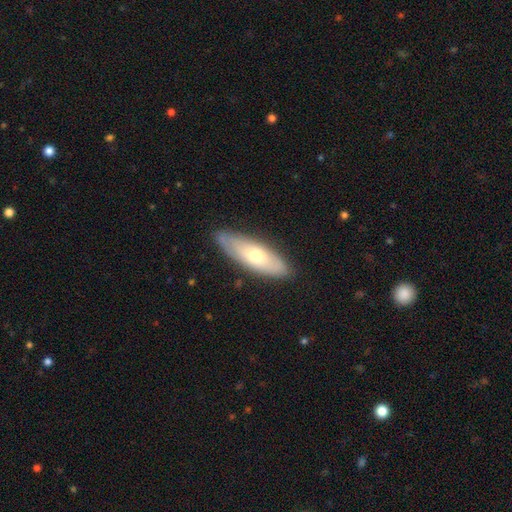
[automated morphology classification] This is possibly a smooth galaxy (56%). How rounded: possibly in between (57%). Merging: clearly none (82%).